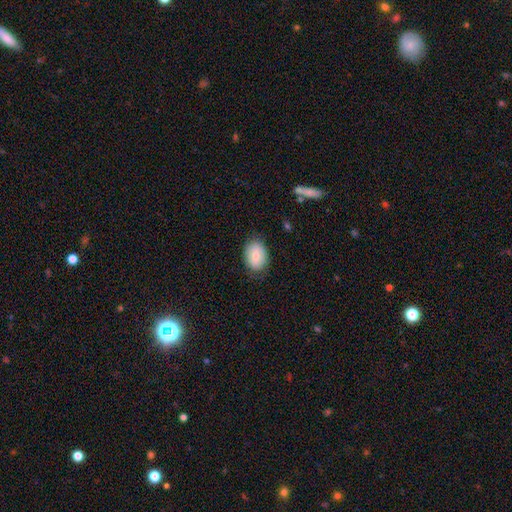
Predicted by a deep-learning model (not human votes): Overall: smooth (77%). How rounded: in between (78%). Merging: none (81%).